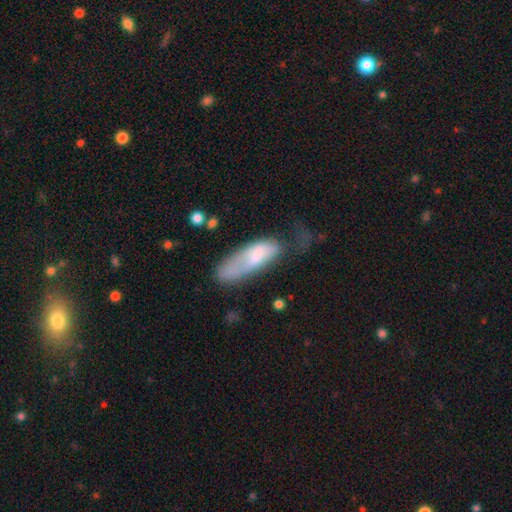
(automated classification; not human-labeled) smooth 66%, featured or disk 27%, star or artifact 7%. Down the decision tree: how rounded — in between (62%); merging — major disturbance (43%).